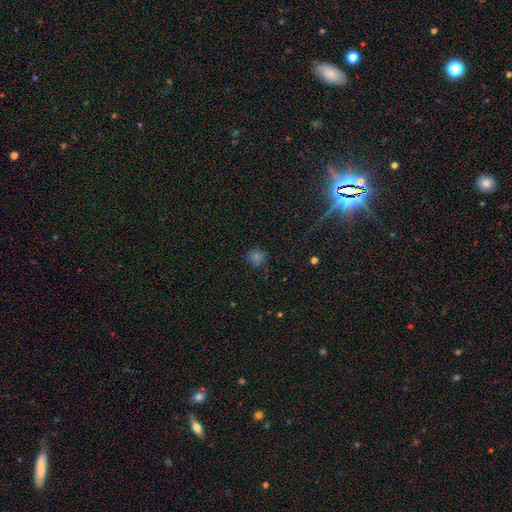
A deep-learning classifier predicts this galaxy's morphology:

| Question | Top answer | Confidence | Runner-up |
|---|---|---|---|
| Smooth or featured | smooth | 46% | star or artifact (45%) |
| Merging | none | 79% | minor disturbance (13%) |